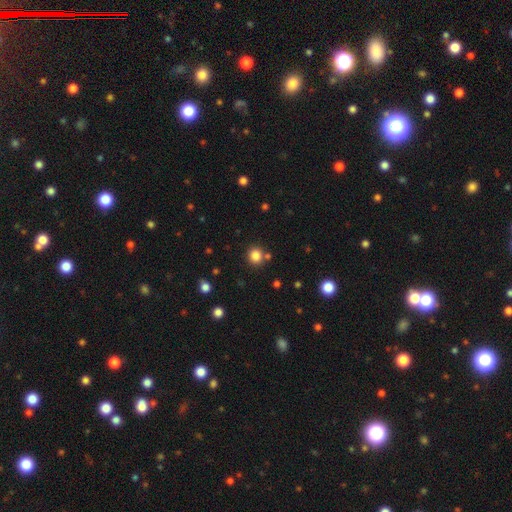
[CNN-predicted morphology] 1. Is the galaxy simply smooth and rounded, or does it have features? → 82% smooth, 13% star or artifact, 5% featured or disk.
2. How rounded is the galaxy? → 88% round, 11% in between, 1% cigar-shaped.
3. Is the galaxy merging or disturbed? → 80% none, 9% merger, 8% minor disturbance, 3% major disturbance.